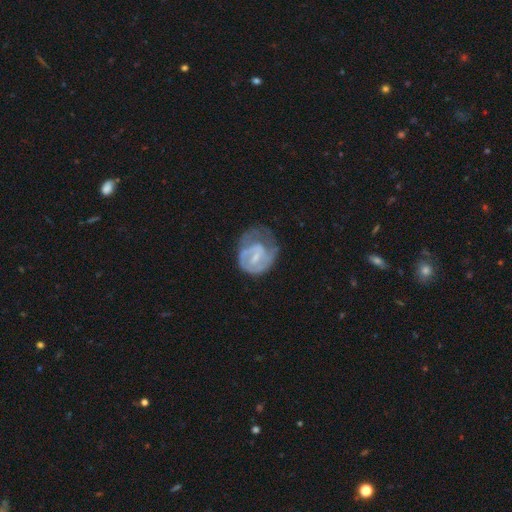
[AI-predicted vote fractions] Smooth or featured?
  - featured or disk: 65% *
  - smooth: 28%
  - star or artifact: 7%
Edge-on disk?
  - no: 97% *
  - yes: 3%
Bar?
  - weak: 54% *
  - no: 29%
  - strong: 17%
Spiral arms?
  - yes: 66% *
  - no: 34%
Bulge size?
  - small: 46% *
  - moderate: 28%
  - none: 22%
  - large: 3%
  - dominant: 1%
Merging?
  - major disturbance: 39% *
  - none: 30%
  - minor disturbance: 28%
  - merger: 3%